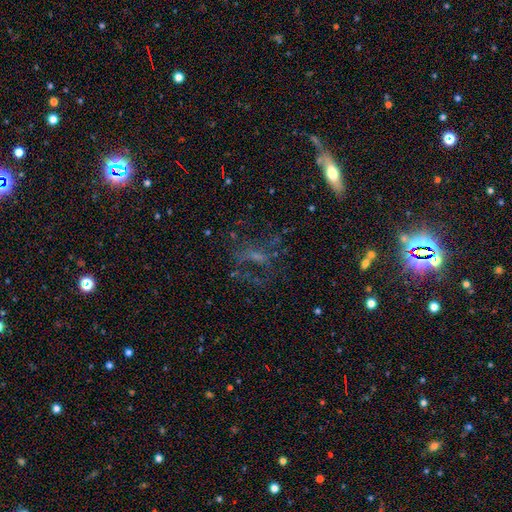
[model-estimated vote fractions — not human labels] featured or disk 48%, star or artifact 27%, smooth 25%. Down the decision tree: merging — none (50%).